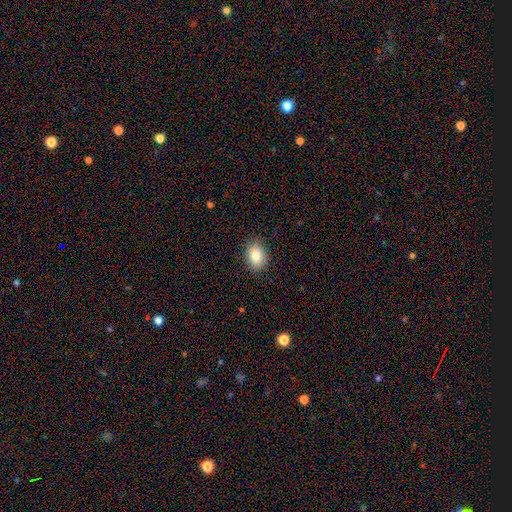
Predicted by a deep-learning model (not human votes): A smooth galaxy with no disk features (84%) that is in between round and cigar-shaped (73%). Merging: none (86%).